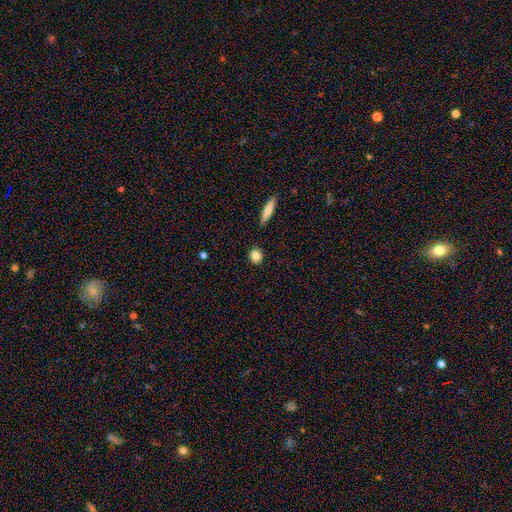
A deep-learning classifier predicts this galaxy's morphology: smooth 84%, star or artifact 9%, featured or disk 7%. Down the decision tree: how rounded — round (69%); merging — none (89%).